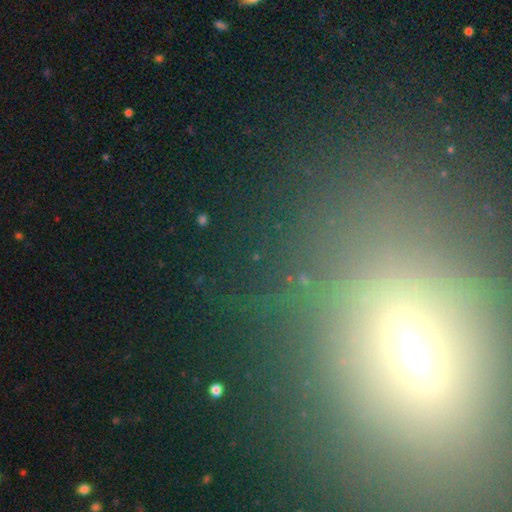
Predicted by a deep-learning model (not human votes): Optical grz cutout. It shows a star or artifact, not a galaxy (46%).